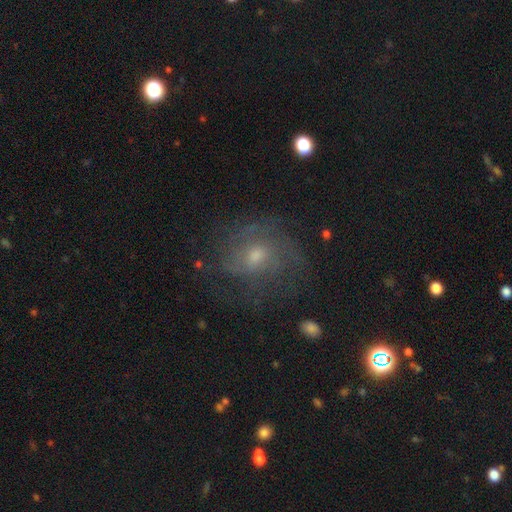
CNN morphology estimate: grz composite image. It shows a featured or disk galaxy (62%) with no bar (65%), spiral arms (77%) and a small central bulge (47%). Merging: none (59%).